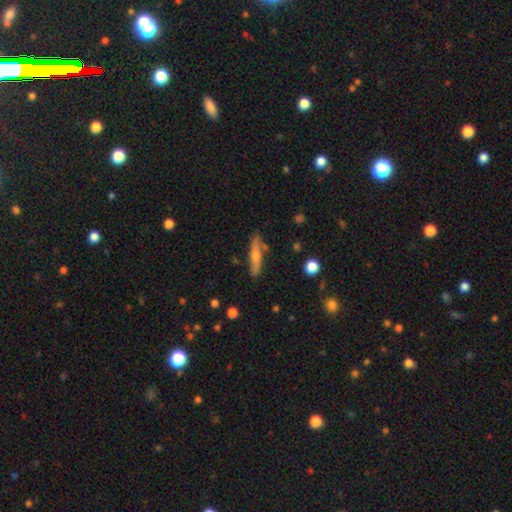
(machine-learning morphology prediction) Smooth or featured?
  - featured or disk: 49% *
  - smooth: 44%
  - star or artifact: 7%
Merging?
  - none: 80% *
  - minor disturbance: 14%
  - merger: 3%
  - major disturbance: 3%